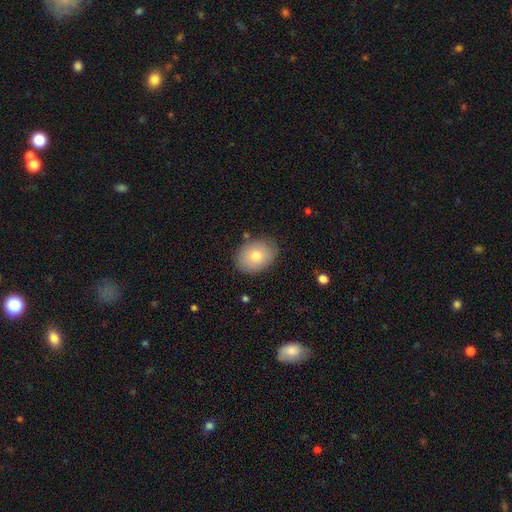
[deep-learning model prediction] Overall: smooth (76%). How rounded: in between (72%). Merging: none (83%).